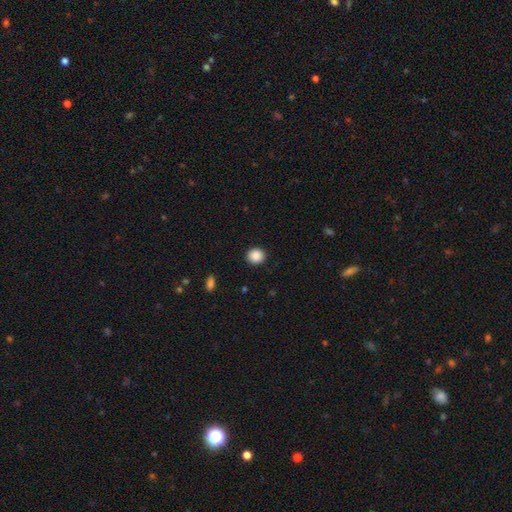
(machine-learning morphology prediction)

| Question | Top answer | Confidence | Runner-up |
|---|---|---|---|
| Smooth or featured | smooth | 88% | star or artifact (9%) |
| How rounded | round | 83% | in between (16%) |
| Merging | none | 91% | minor disturbance (6%) |